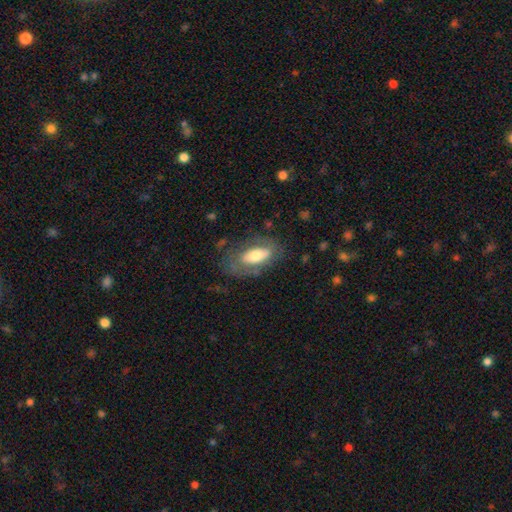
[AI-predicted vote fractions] smooth 51%, featured or disk 42%, star or artifact 6%. Down the decision tree: how rounded — in between (86%); merging — none (64%).